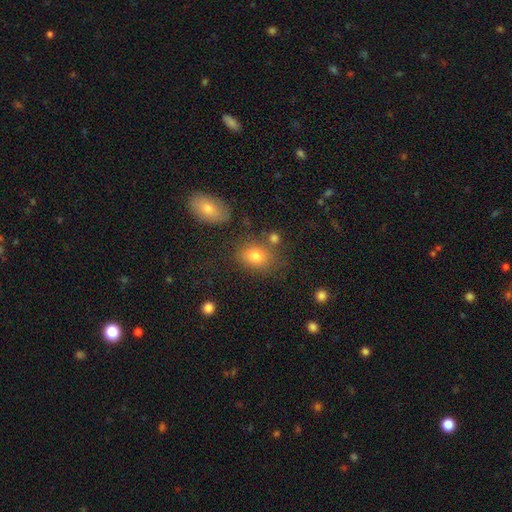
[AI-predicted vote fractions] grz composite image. It shows a smooth galaxy with no disk features (78%) that is in between round and cigar-shaped (63%). Merging: none (69%).